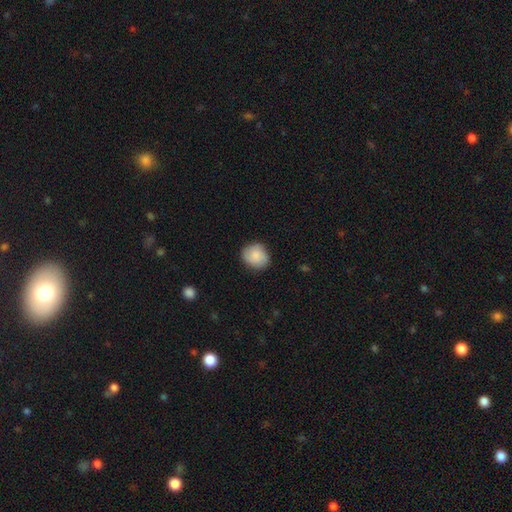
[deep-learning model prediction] A smooth galaxy with no disk features (80%) that is round (73%). Merging: none (81%).